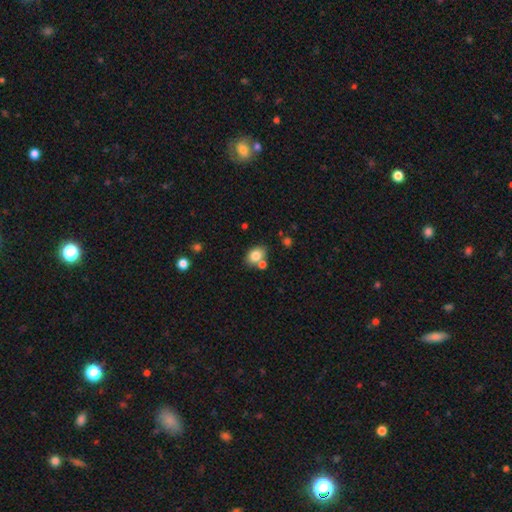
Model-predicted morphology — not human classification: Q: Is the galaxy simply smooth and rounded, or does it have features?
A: smooth — 81%.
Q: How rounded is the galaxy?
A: in between — 75%.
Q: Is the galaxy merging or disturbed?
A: none — 61%.